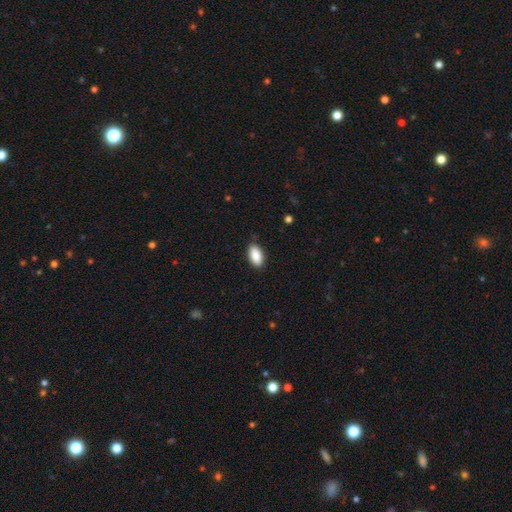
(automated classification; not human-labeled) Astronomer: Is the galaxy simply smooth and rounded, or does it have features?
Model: smooth — 88%.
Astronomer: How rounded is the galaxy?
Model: in between — 93%.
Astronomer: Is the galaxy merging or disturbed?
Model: none — 85%.